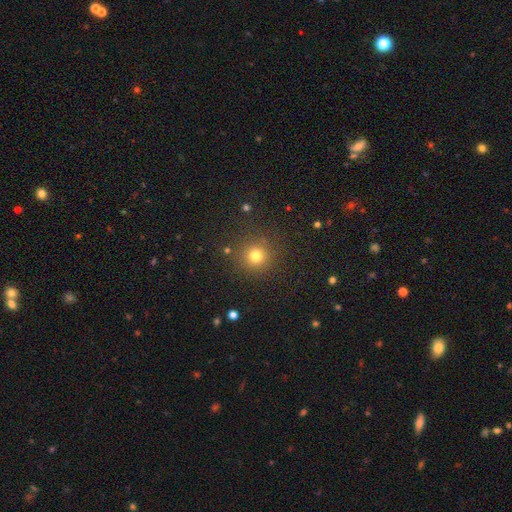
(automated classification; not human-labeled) Smooth or featured? Predicted: smooth (p=0.77). How rounded? Predicted: round (p=0.94). Merging? Predicted: none (p=0.88).